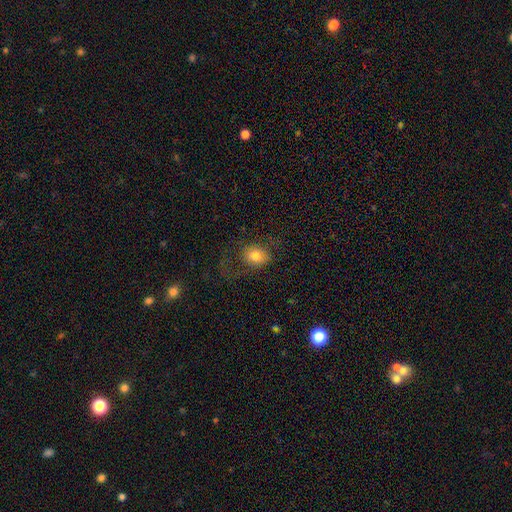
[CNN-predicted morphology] Smooth or featured?
  - smooth: 75% *
  - featured or disk: 15%
  - star or artifact: 10%
How rounded?
  - in between: 55% *
  - round: 44%
  - cigar-shaped: 1%
Merging?
  - none: 59% *
  - major disturbance: 21%
  - minor disturbance: 18%
  - merger: 2%